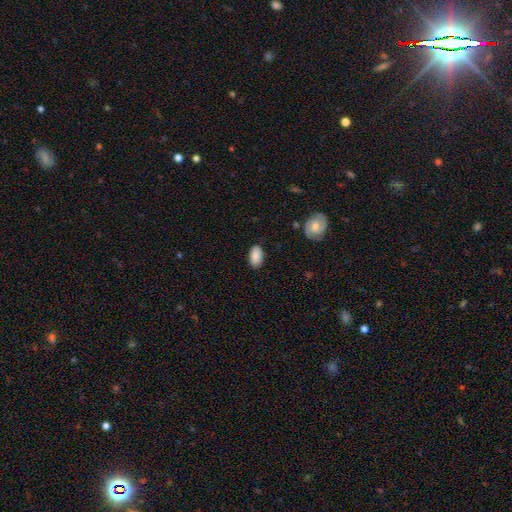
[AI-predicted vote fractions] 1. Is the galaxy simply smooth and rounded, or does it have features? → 87% smooth, 7% star or artifact, 6% featured or disk.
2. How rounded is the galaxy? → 94% in between, 4% round, 2% cigar-shaped.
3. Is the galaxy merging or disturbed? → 85% none, 11% minor disturbance, 2% major disturbance, 1% merger.